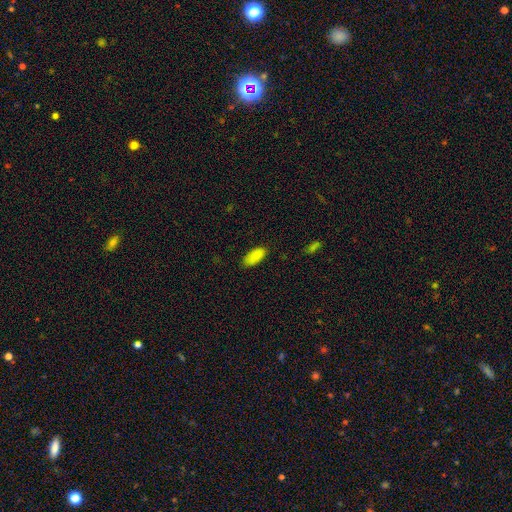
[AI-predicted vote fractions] Q: Smooth or featured?
A: smooth (88%); runner-up: star or artifact (8%)
Q: How rounded?
A: in between (89%); runner-up: cigar-shaped (9%)
Q: Merging?
A: none (82%); runner-up: minor disturbance (14%)